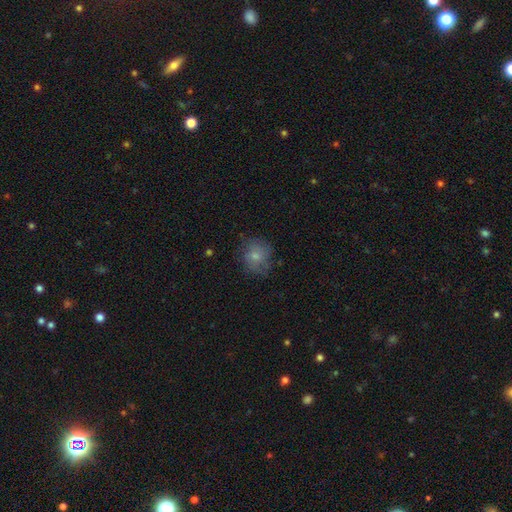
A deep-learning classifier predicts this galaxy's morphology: Smooth or featured? smooth (76%)
How rounded? round (75%)
Merging? none (68%)